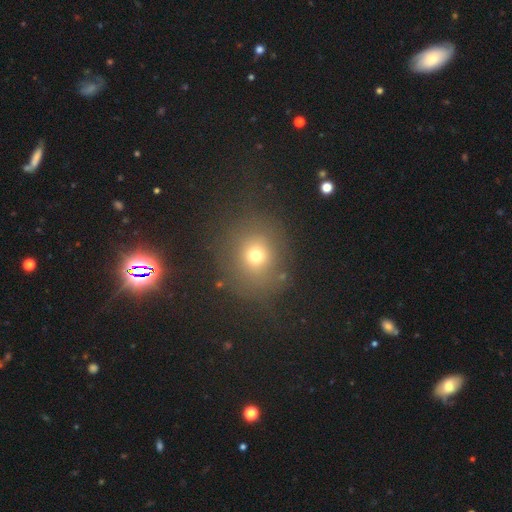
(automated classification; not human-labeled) Smooth or featured?
  - smooth: 69% *
  - star or artifact: 19%
  - featured or disk: 12%
How rounded?
  - round: 80% *
  - in between: 19%
  - cigar-shaped: 1%
Merging?
  - none: 74% *
  - minor disturbance: 13%
  - major disturbance: 10%
  - merger: 3%